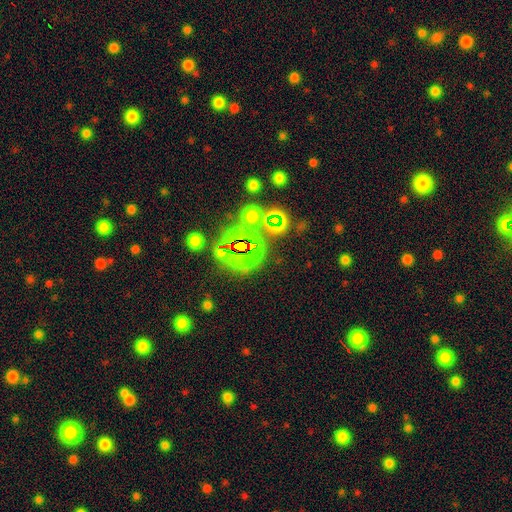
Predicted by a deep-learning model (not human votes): star or artifact 65%, smooth 20%, featured or disk 16%.